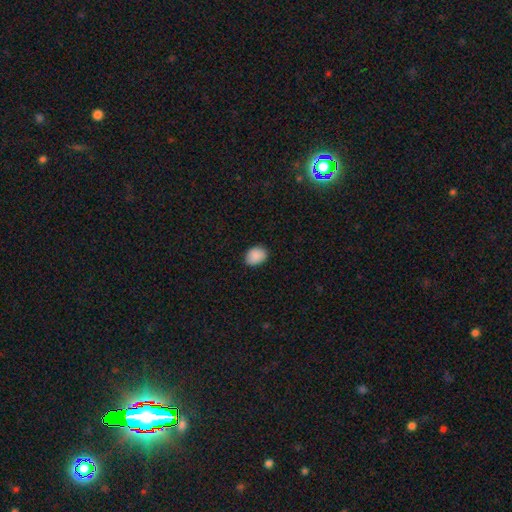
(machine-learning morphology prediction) Q: Smooth or featured?
A: smooth (89%); runner-up: star or artifact (7%)
Q: How rounded?
A: in between (64%); runner-up: round (35%)
Q: Merging?
A: none (85%); runner-up: minor disturbance (12%)